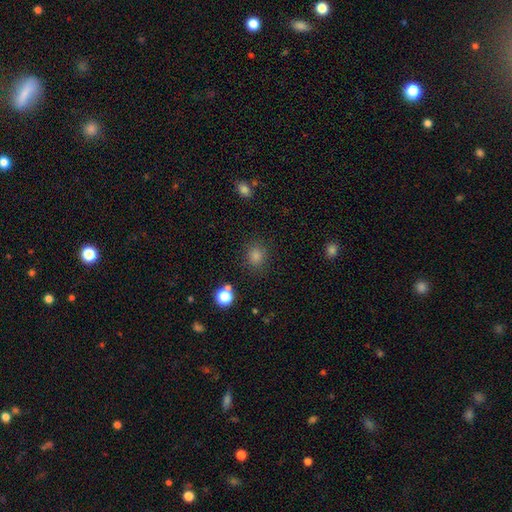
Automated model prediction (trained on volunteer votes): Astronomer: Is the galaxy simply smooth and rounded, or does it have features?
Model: smooth — 78%.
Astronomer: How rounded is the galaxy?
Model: round — 82%.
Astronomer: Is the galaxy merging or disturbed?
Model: none — 87%.